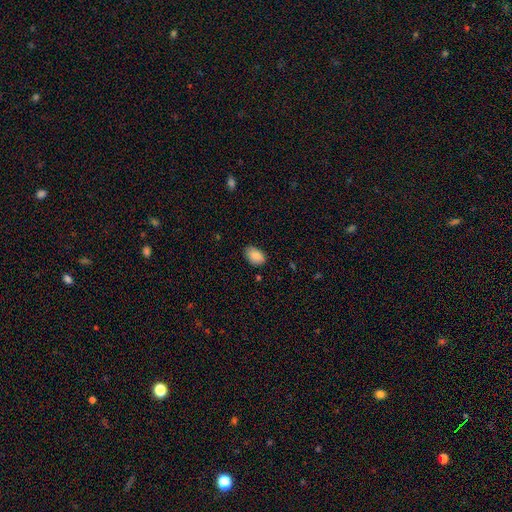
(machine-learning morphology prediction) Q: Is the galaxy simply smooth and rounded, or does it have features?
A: smooth — 87%.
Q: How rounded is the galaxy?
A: in between — 84%.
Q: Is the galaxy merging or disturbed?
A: none — 78%.